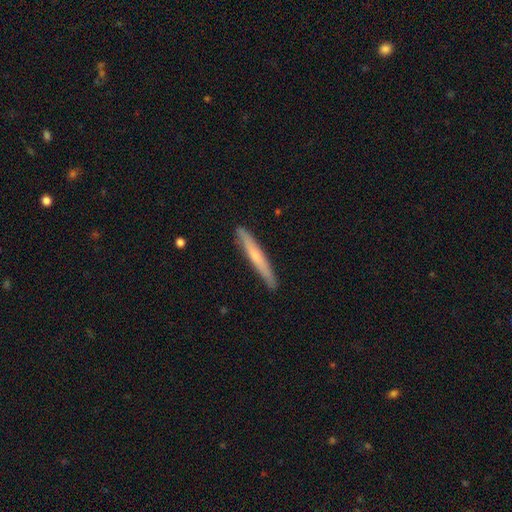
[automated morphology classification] A smooth galaxy with no disk features (52%) that is cigar-shaped (96%). Merging: none (89%).